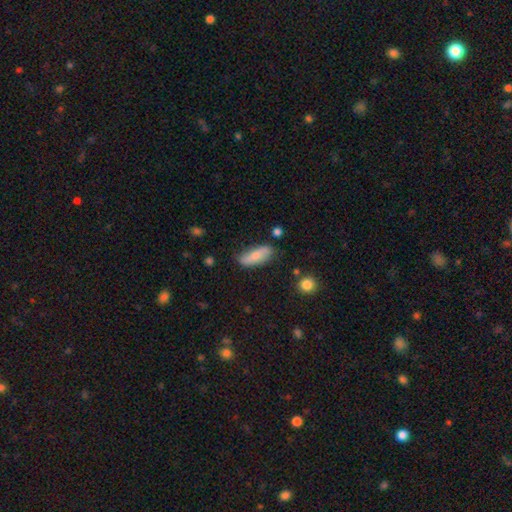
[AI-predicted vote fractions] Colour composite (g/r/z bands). It shows a smooth galaxy with no disk features (72%) that is in between round and cigar-shaped (74%). Merging: none (70%).